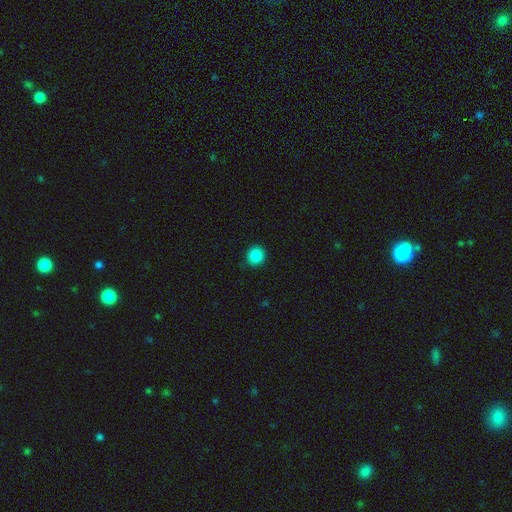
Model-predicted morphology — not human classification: A smooth galaxy with no disk features (87%) that is round (91%).

Vote fractions:
- Smooth or featured? smooth: 87% / star or artifact: 10% / featured or disk: 4%
- How rounded? round: 91% / in between: 8% / cigar-shaped: 1%
- Merging? none: 90% / minor disturbance: 8% / major disturbance: 2% / merger: 1%